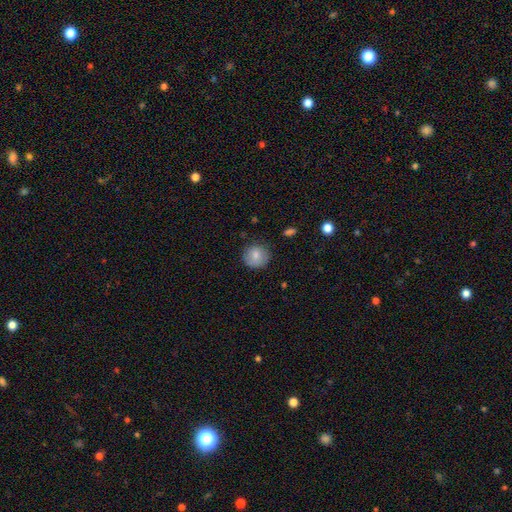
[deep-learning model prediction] Q: Smooth or featured?
A: smooth (79%); runner-up: featured or disk (13%)
Q: How rounded?
A: round (90%); runner-up: in between (9%)
Q: Merging?
A: none (80%); runner-up: minor disturbance (15%)